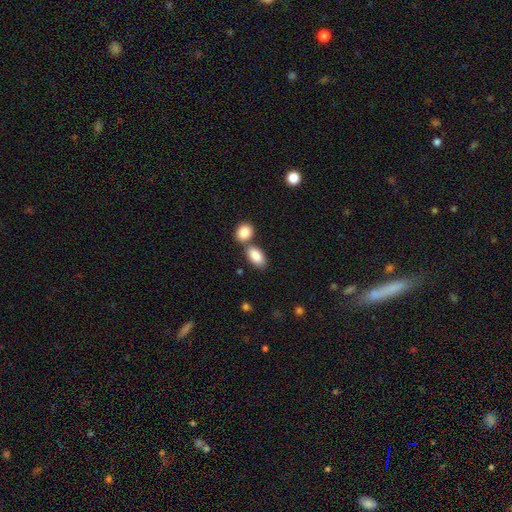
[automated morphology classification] A smooth galaxy with no disk features (88%) that is in between round and cigar-shaped (92%).

Vote fractions:
- Smooth or featured? smooth: 88% / star or artifact: 7% / featured or disk: 5%
- How rounded? in between: 92% / round: 6% / cigar-shaped: 3%
- Merging? none: 53% / merger: 33% / minor disturbance: 10% / major disturbance: 3%